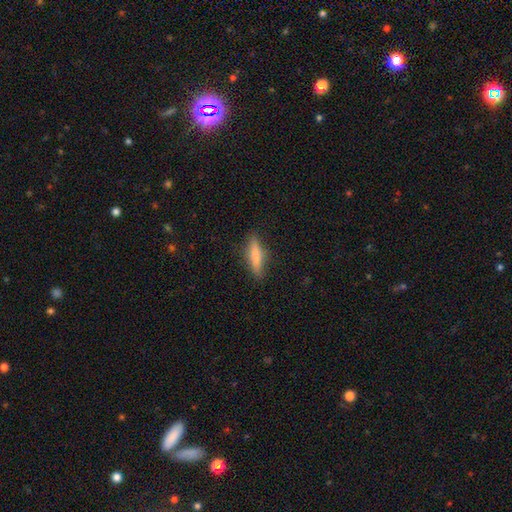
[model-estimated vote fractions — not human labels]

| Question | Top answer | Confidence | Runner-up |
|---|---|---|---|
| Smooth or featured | smooth | 69% | featured or disk (24%) |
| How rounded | cigar-shaped | 79% | in between (19%) |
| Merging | none | 86% | minor disturbance (10%) |